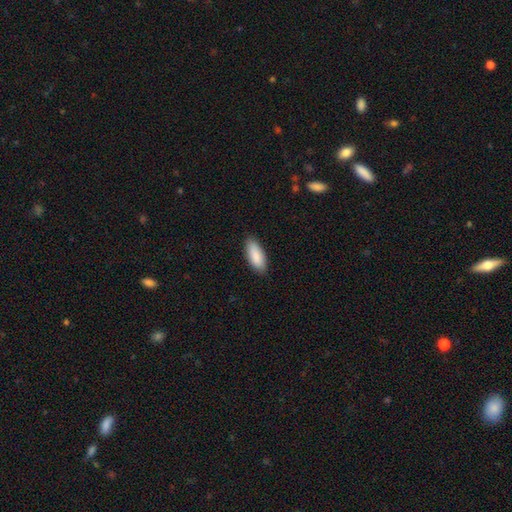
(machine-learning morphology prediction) Smooth or featured?
  - smooth: 89% *
  - featured or disk: 6%
  - star or artifact: 5%
How rounded?
  - in between: 78% *
  - cigar-shaped: 20%
  - round: 2%
Merging?
  - none: 87% *
  - minor disturbance: 10%
  - major disturbance: 2%
  - merger: 1%